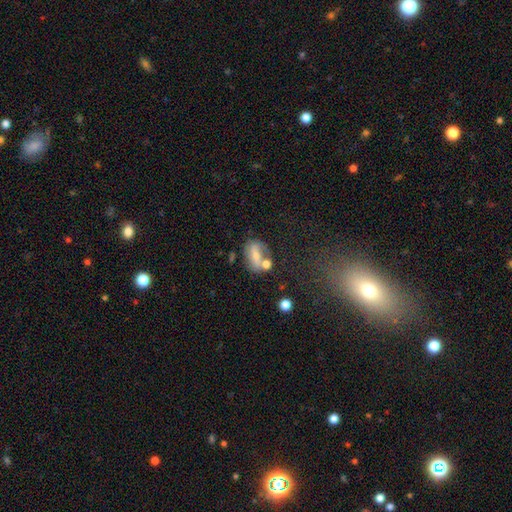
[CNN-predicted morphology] This appears to be a smooth galaxy with no disk features (53%) that is in between round and cigar-shaped (73%). Merging: none (46%).